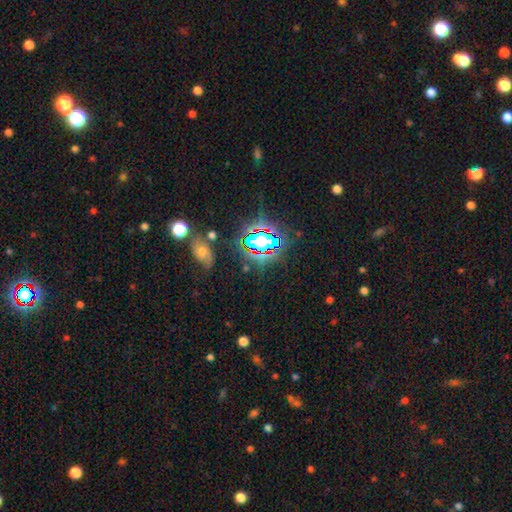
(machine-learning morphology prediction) type=star or artifact (81%).